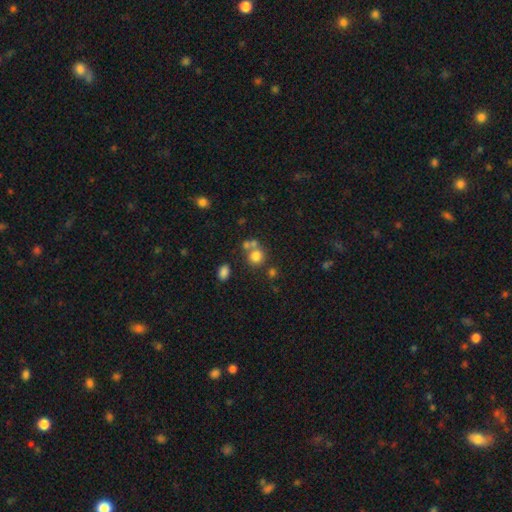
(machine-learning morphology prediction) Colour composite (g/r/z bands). It shows a smooth galaxy with no disk features (75%) that is round (82%). Merging: none (53%).